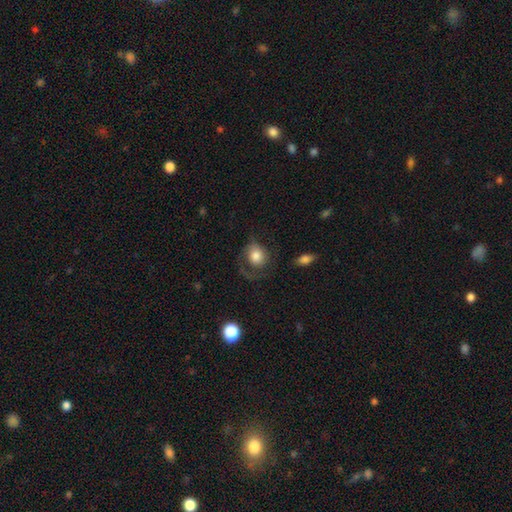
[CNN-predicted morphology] smooth-or-featured: smooth: 68% | featured or disk: 24% | star or artifact: 7%
  how-rounded: round: 68% | in between: 31% | cigar-shaped: 1%
  merging: major disturbance: 38% (tied) | none: 38% (tied) | minor disturbance: 21% | merger: 3%